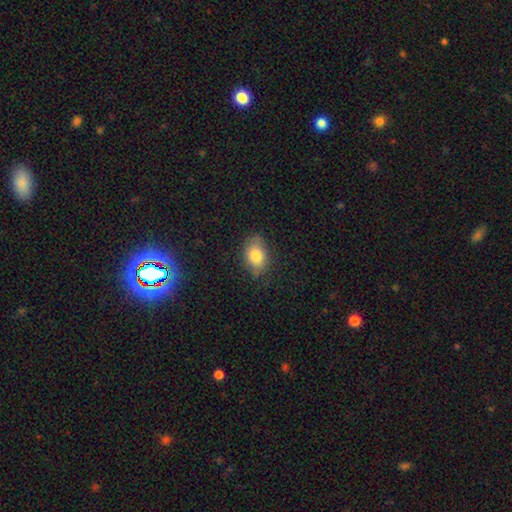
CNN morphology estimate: Smooth or featured? smooth (80%)
How rounded? in between (80%)
Merging? none (74%)